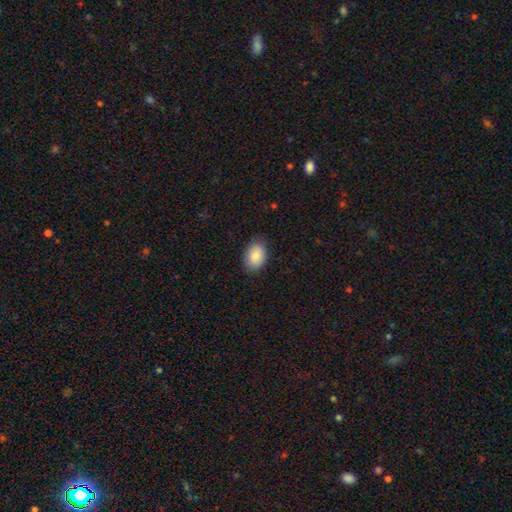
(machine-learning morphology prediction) This appears to be a smooth galaxy with no disk features (86%) that is in between round and cigar-shaped (88%). Merging: none (83%).